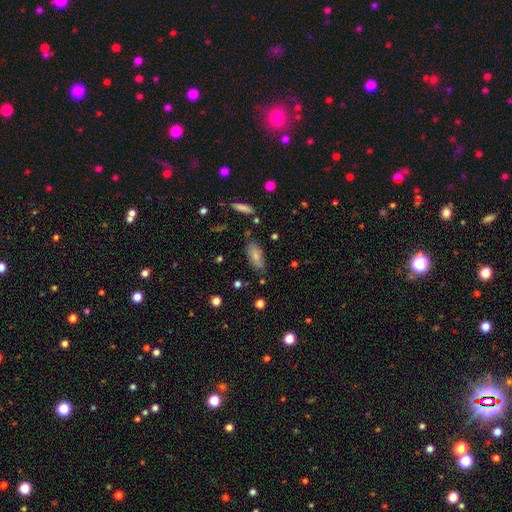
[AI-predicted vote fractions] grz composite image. It shows a smooth galaxy with no disk features (77%) that is in between round and cigar-shaped (84%). Merging: none (73%).